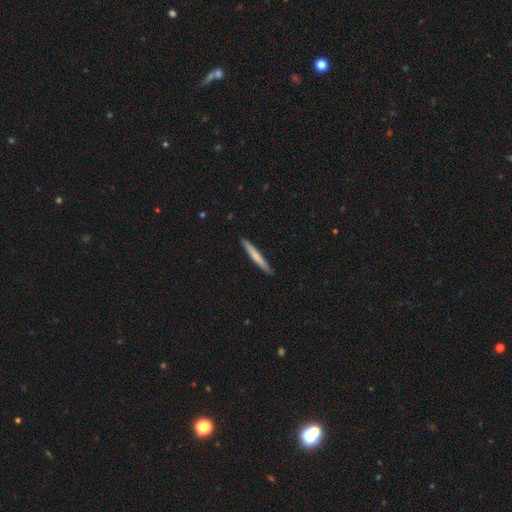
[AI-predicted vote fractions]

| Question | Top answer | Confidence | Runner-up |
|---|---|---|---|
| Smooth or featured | smooth | 65% | featured or disk (30%) |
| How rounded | cigar-shaped | 96% | in between (2%) |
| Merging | none | 91% | minor disturbance (7%) |